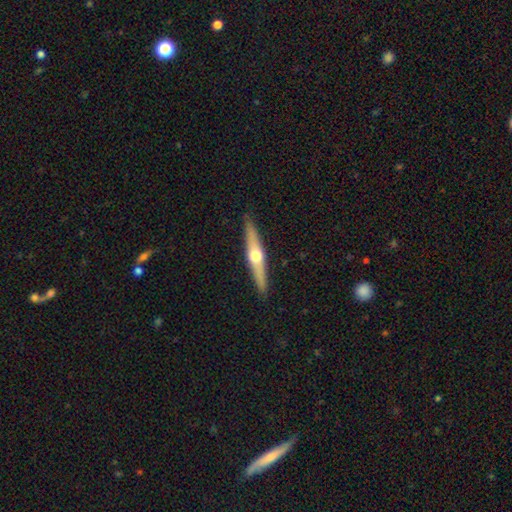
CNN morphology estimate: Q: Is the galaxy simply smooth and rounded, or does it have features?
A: featured or disk — 66%.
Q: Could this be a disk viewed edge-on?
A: yes — 96%.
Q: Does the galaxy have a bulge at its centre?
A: rounded — 95%.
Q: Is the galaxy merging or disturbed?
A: none — 90%.